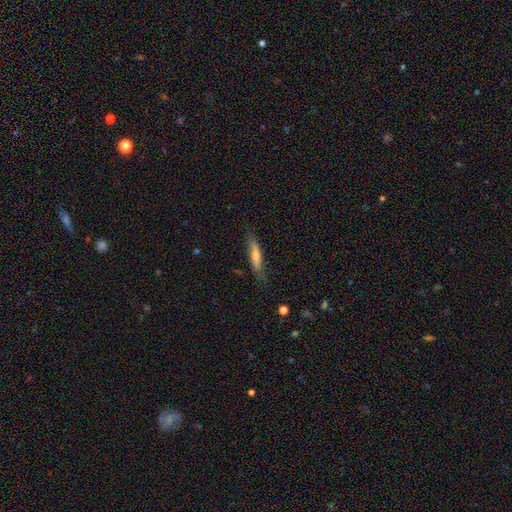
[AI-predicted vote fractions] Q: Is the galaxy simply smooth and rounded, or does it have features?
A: smooth — 64%.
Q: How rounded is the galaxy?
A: cigar-shaped — 81%.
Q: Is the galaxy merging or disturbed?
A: none — 71%.